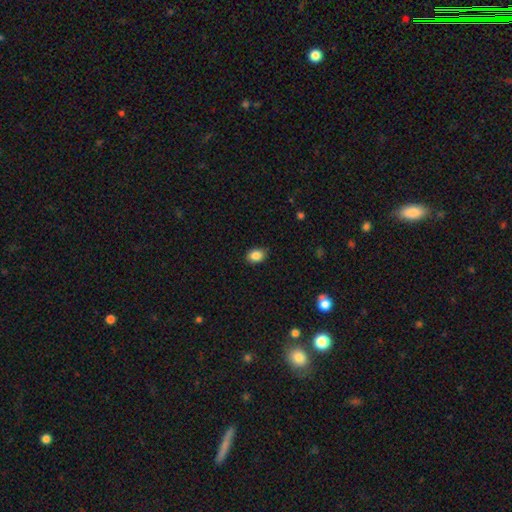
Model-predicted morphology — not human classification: smooth-or-featured: smooth: 86% | star or artifact: 9% | featured or disk: 5%
  how-rounded: in between: 67% | round: 32% | cigar-shaped: 1%
  merging: none: 83% | minor disturbance: 14% | major disturbance: 2% | merger: 1%